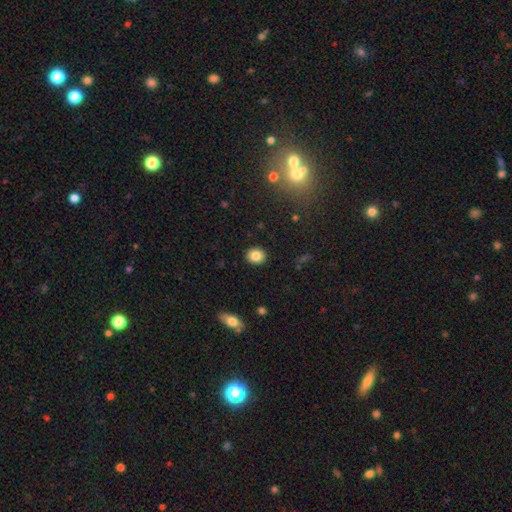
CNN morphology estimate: Smooth or featured: smooth — 84% (star or artifact — 10%)
How rounded: round — 70% (in between — 29%)
Merging: none — 91% (minor disturbance — 6%)